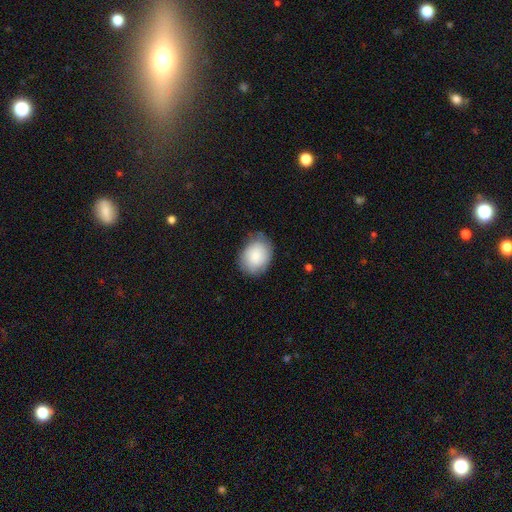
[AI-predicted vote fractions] Q: Smooth or featured?
A: smooth (84%); runner-up: featured or disk (10%)
Q: How rounded?
A: in between (62%); runner-up: round (37%)
Q: Merging?
A: none (71%); runner-up: minor disturbance (23%)